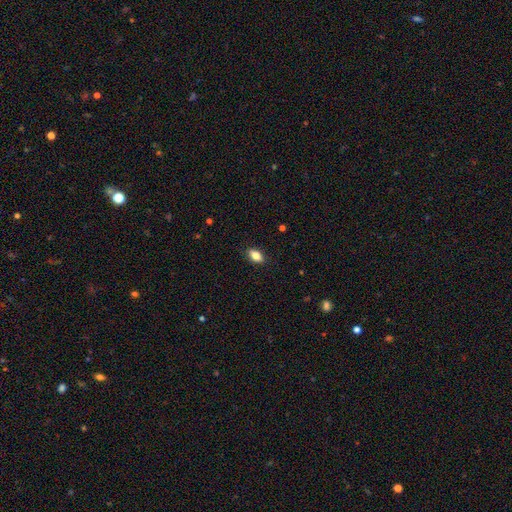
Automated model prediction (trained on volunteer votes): Smooth or featured? Predicted: smooth (p=0.81). How rounded? Predicted: in between (p=0.88). Merging? Predicted: none (p=0.87).